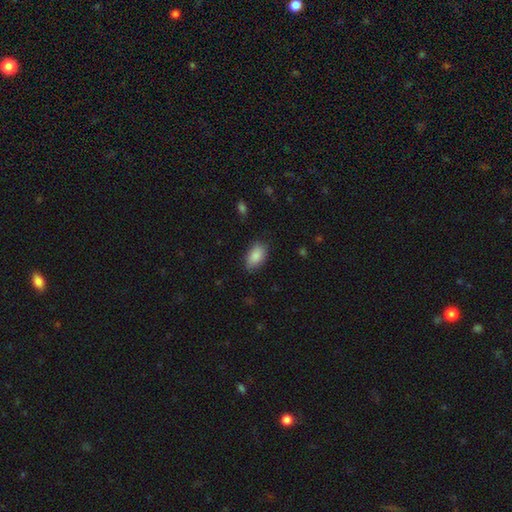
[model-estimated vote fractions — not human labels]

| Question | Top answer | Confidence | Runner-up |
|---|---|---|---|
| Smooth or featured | smooth | 88% | star or artifact (7%) |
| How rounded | in between | 92% | round (6%) |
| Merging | none | 80% | minor disturbance (16%) |